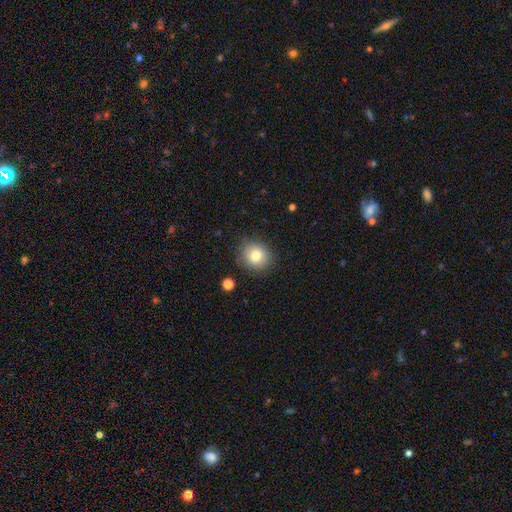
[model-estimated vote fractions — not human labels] Morphology: type=smooth (79%); roundness=round (82%); merging=none (86%).